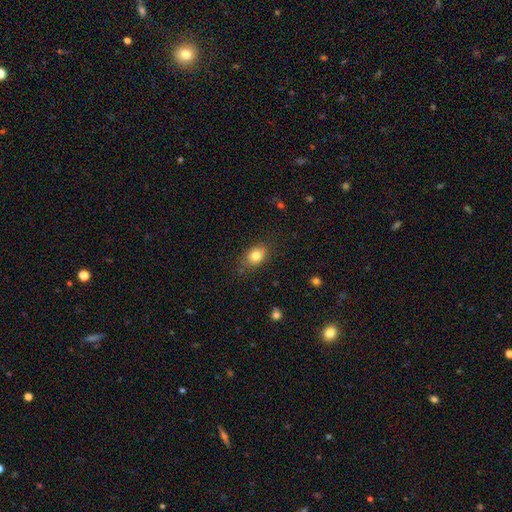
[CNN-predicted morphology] Smooth or featured?
  - smooth: 80% *
  - star or artifact: 10%
  - featured or disk: 10%
How rounded?
  - in between: 66% *
  - round: 32%
  - cigar-shaped: 1%
Merging?
  - none: 81% *
  - minor disturbance: 15%
  - major disturbance: 3%
  - merger: 1%